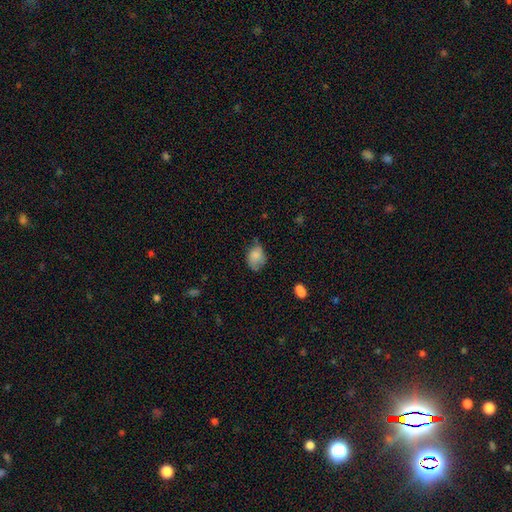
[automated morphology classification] smooth_or_featured: smooth (p=0.76) [alt: featured or disk p=0.15]
how_rounded: in between (p=0.70) [alt: round p=0.28]
merging: none (p=0.44) [alt: minor disturbance p=0.39]